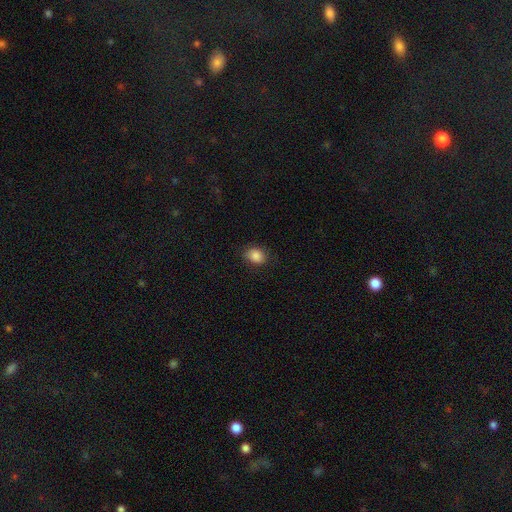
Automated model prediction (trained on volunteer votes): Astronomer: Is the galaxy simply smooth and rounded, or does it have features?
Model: smooth — 86%.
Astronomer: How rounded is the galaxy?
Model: in between — 56% (runner-up: round, 43%).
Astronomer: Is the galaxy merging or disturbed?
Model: none — 81%.